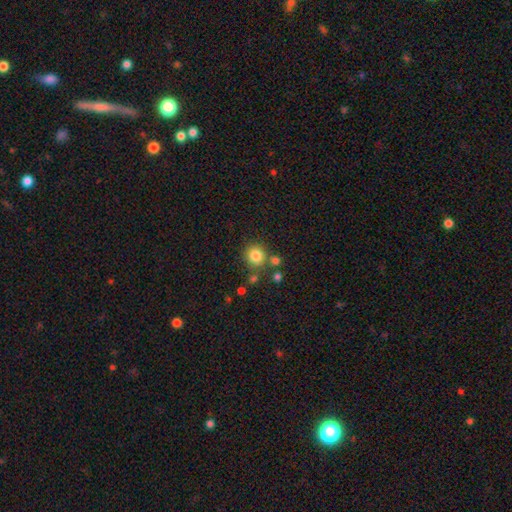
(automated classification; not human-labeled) A smooth galaxy with no disk features (83%) that is round (90%).

Vote fractions:
- Smooth or featured? smooth: 83% / star or artifact: 11% / featured or disk: 6%
- How rounded? round: 90% / in between: 9% / cigar-shaped: 1%
- Merging? none: 76% / merger: 10% / minor disturbance: 10% / major disturbance: 4%